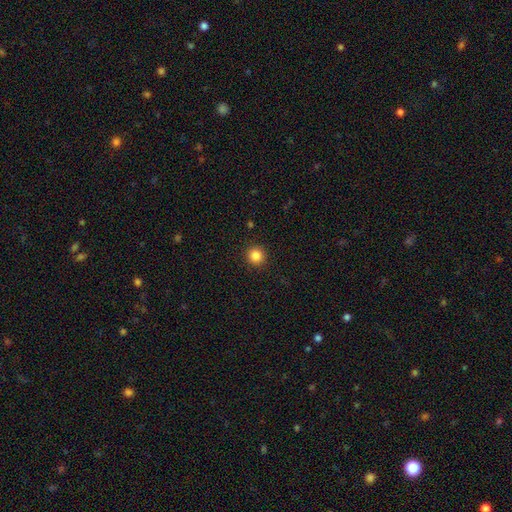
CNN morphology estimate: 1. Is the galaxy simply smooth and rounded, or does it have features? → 85% smooth, 11% star or artifact, 4% featured or disk.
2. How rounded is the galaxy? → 94% round, 5% in between, 1% cigar-shaped.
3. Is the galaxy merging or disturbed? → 92% none, 5% minor disturbance, 2% major disturbance, 1% merger.